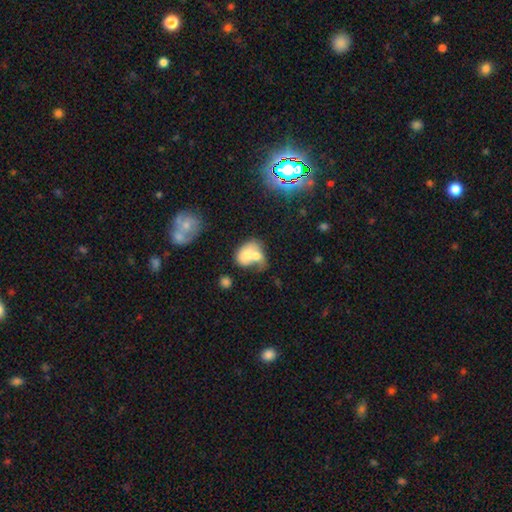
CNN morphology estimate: This is likely a smooth galaxy (64%). How rounded: likely in between (65%). Merging: likely merger (71%).